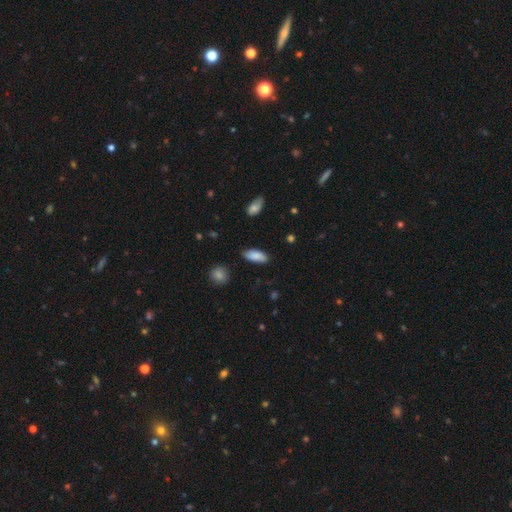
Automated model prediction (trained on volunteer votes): Smooth or featured?
  - smooth: 84% *
  - featured or disk: 9%
  - star or artifact: 7%
How rounded?
  - in between: 84% *
  - cigar-shaped: 14%
  - round: 2%
Merging?
  - none: 83% *
  - minor disturbance: 13%
  - major disturbance: 3%
  - merger: 2%